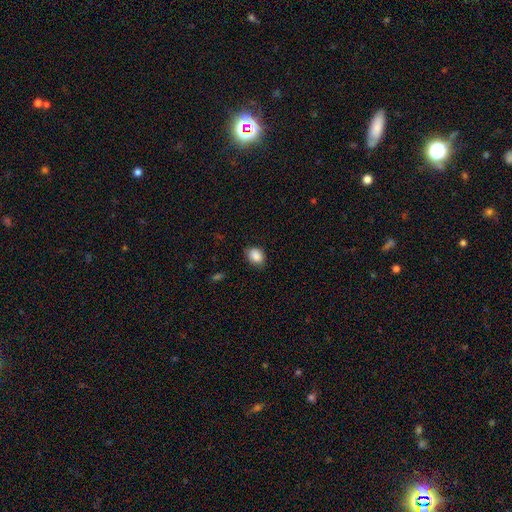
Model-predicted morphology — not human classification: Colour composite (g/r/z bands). It shows a smooth galaxy with no disk features (88%) that is in between round and cigar-shaped (71%). Merging: none (78%).